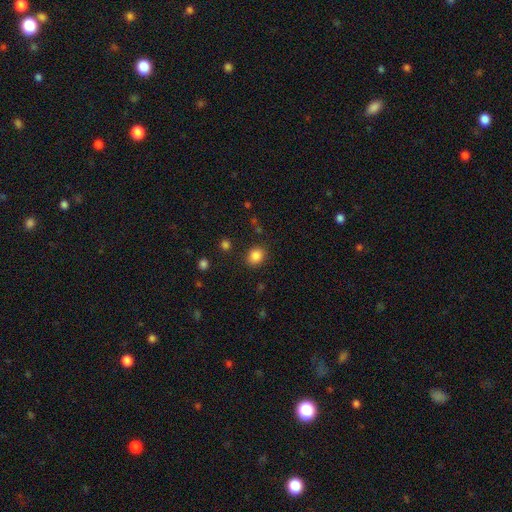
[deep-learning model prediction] The model was most divided on "how rounded": round: 64%, in between: 35%, cigar-shaped: 1%. More confident: smooth or featured — smooth (85%); merging — none (84%).